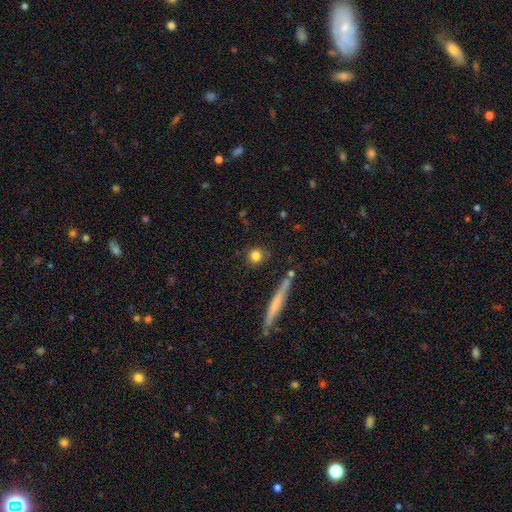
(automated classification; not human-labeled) smooth 80%, featured or disk 11%, star or artifact 9%. Down the decision tree: how rounded — round (85%); merging — none (82%).